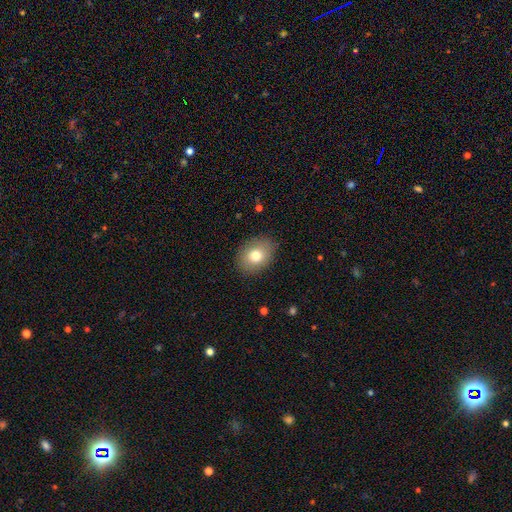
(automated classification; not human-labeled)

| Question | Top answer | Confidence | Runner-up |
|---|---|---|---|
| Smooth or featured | smooth | 79% | featured or disk (12%) |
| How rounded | in between | 62% | round (38%) |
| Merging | none | 87% | minor disturbance (10%) |